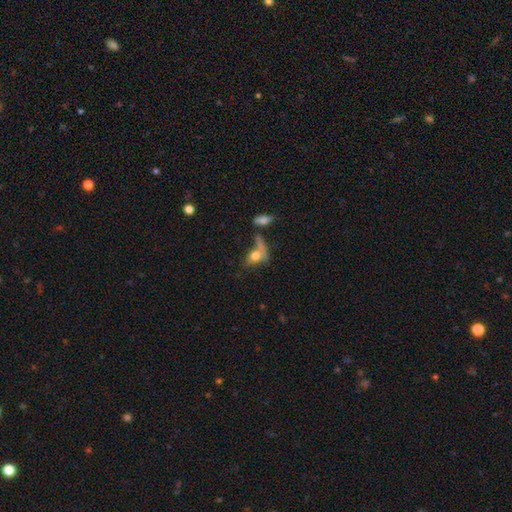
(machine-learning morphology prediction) Overall: smooth (64%). How rounded: in between (66%). Merging: none (33%; merger 29%).